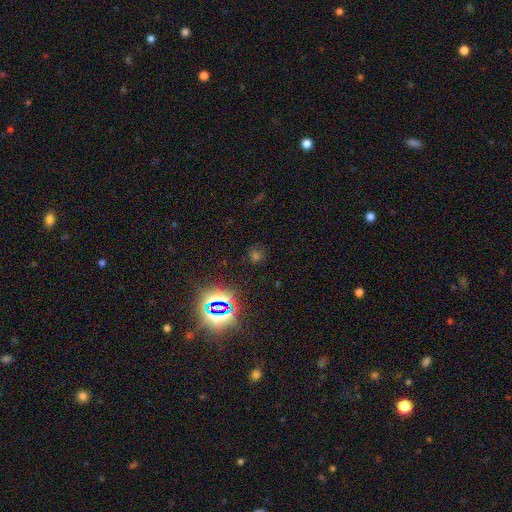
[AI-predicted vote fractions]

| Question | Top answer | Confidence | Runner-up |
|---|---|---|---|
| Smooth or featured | star or artifact | 56% | smooth (35%) |